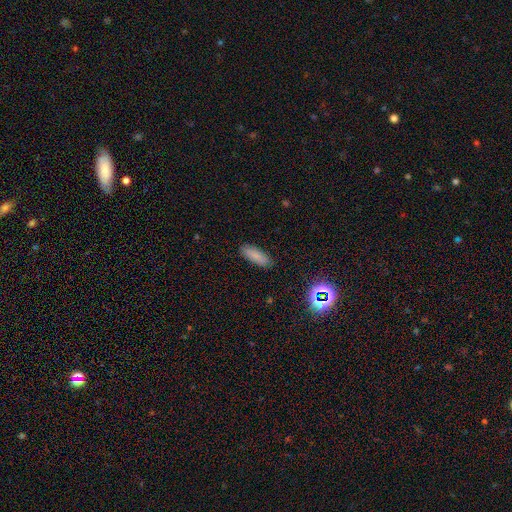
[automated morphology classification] Q: Smooth or featured?
A: smooth (82%); runner-up: star or artifact (10%)
Q: How rounded?
A: in between (63%); runner-up: cigar-shaped (35%)
Q: Merging?
A: none (86%); runner-up: minor disturbance (10%)